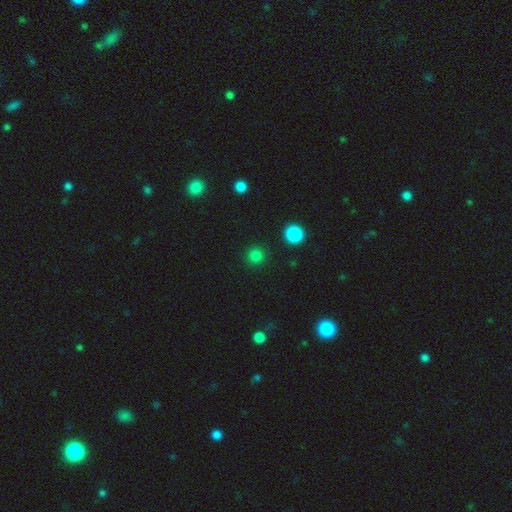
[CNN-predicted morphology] A smooth galaxy with no disk features (82%) that is round (94%). Merging: none (91%).